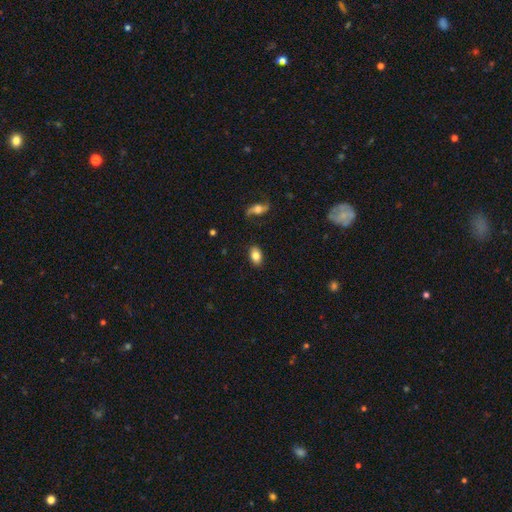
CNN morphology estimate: A smooth galaxy with no disk features (80%) that is in between round and cigar-shaped (89%). Merging: none (87%).